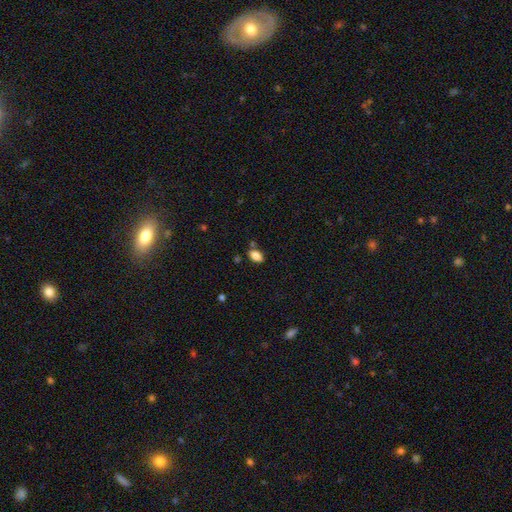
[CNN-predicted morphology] smooth-or-featured: smooth: 85% | star or artifact: 9% | featured or disk: 6%
  how-rounded: in between: 90% | round: 8% | cigar-shaped: 2%
  merging: none: 74% | minor disturbance: 14% | merger: 9% | major disturbance: 3%